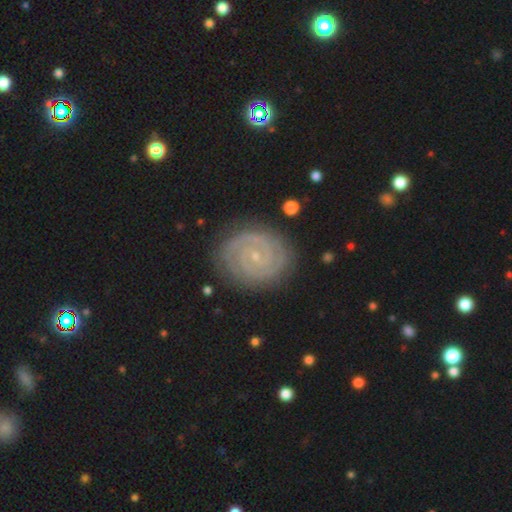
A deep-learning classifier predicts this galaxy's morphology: Smooth or featured: featured or disk — 88% (star or artifact — 7%)
Edge-on disk: no — 98% (yes — 2%)
Bar: no — 62% (weak — 29%)
Spiral arms: yes — 98% (no — 2%)
Spiral winding: tight — 81% (medium — 16%)
Spiral arm count: 2 — 70% (3 — 11%)
Bulge size: small — 86% (moderate — 10%)
Merging: none — 86% (minor disturbance — 10%)